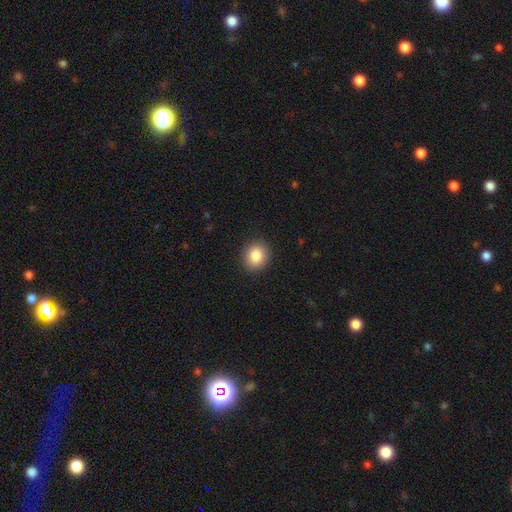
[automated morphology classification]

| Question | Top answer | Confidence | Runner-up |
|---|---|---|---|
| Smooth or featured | smooth | 86% | star or artifact (9%) |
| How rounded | round | 69% | in between (30%) |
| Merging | none | 90% | minor disturbance (7%) |